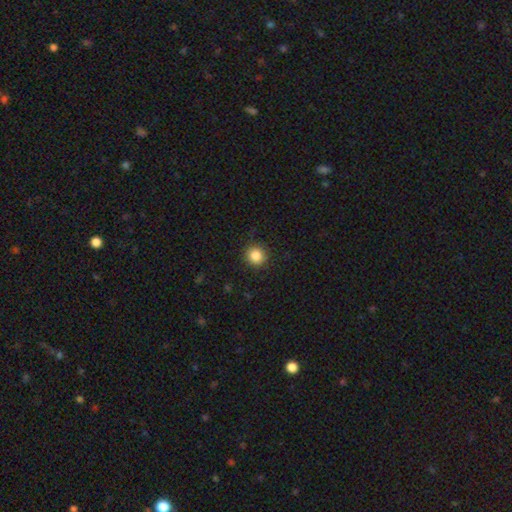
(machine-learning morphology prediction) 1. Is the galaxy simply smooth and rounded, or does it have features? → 85% smooth, 11% star or artifact, 5% featured or disk.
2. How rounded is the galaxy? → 93% round, 6% in between, 1% cigar-shaped.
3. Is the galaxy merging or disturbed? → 89% none, 8% minor disturbance, 2% major disturbance, 1% merger.